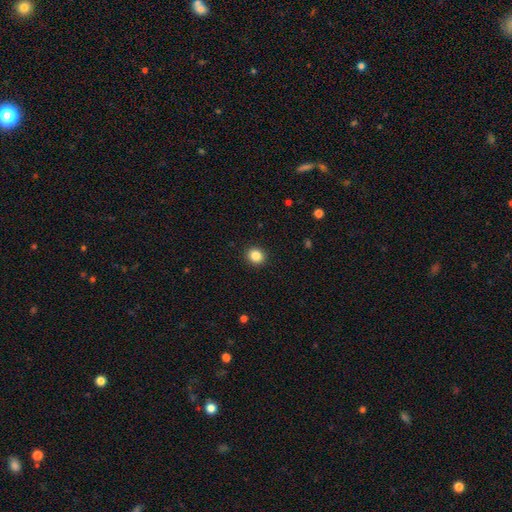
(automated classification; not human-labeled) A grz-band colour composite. It shows a smooth galaxy with no disk features (86%) that is round (77%). Merging: none (92%).